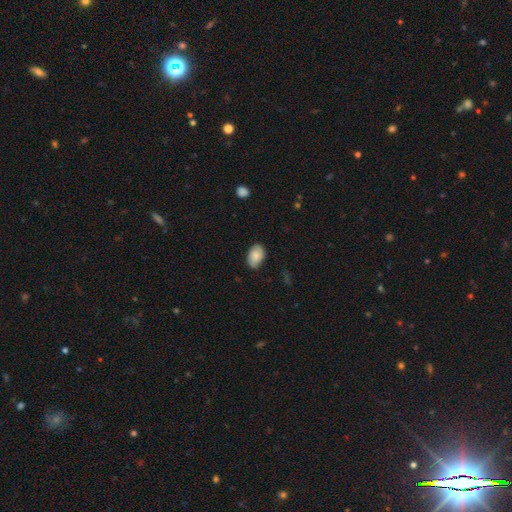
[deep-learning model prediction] This appears to be a smooth galaxy with no disk features (82%) that is in between round and cigar-shaped (89%). Merging: none (76%).